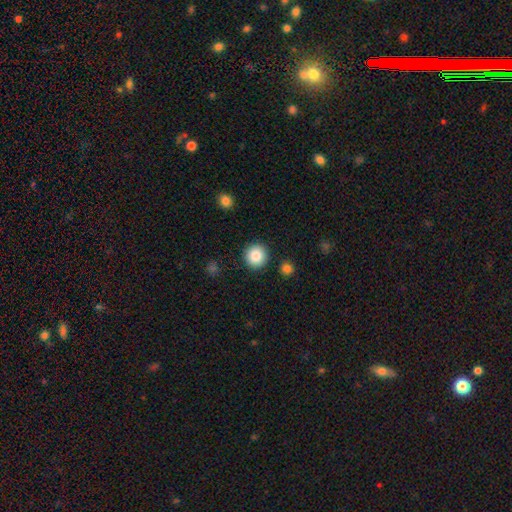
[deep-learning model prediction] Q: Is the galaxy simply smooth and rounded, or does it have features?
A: smooth — 86%.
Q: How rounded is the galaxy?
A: round — 94%.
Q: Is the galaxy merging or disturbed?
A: none — 91%.